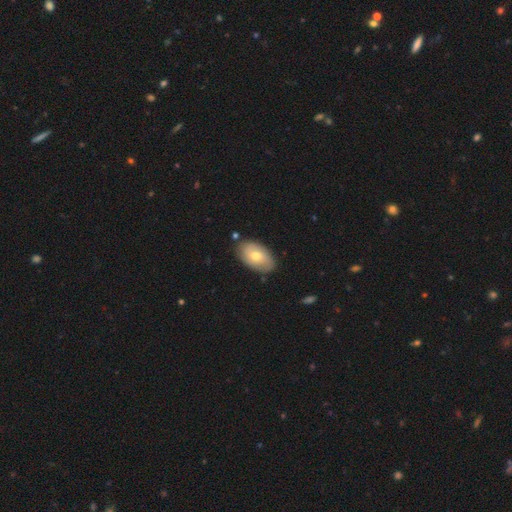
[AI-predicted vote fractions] A smooth galaxy with no disk features (65%) that is in between round and cigar-shaped (93%). Merging: none (82%).